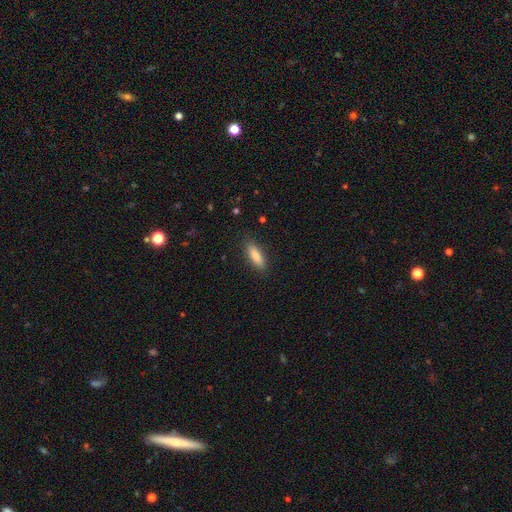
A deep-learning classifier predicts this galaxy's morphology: Smooth or featured? Predicted: smooth (p=0.86). How rounded? Predicted: in between (p=0.53). Merging? Predicted: none (p=0.88).